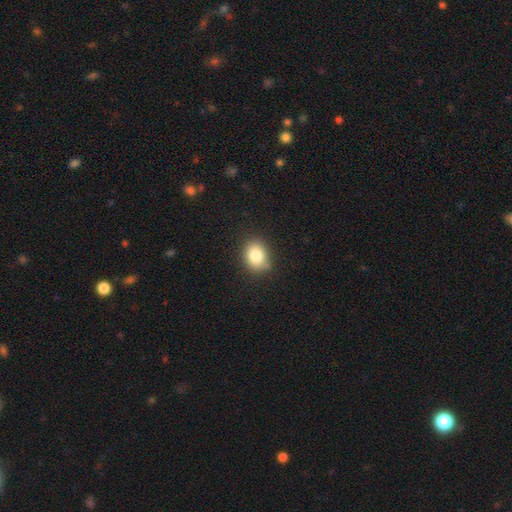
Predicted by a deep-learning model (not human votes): Smooth or featured: smooth — 81% (star or artifact — 10%)
How rounded: in between — 53% (round — 46%)
Merging: none — 77% (minor disturbance — 17%)